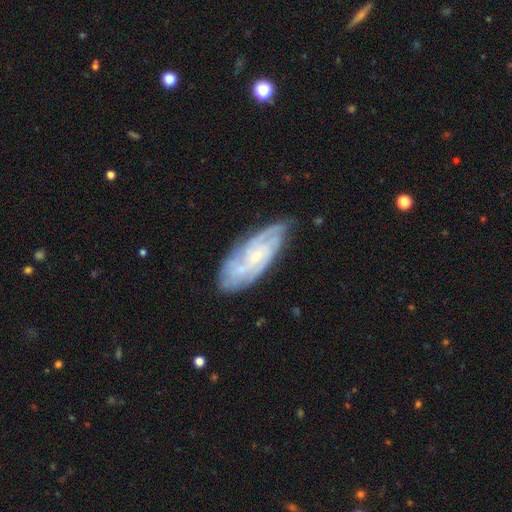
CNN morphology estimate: smooth_or_featured: featured or disk (p=0.79) [alt: smooth p=0.14]
disk_edge_on: no (p=0.91) [alt: yes p=0.09]
bar: no (p=0.65) [alt: weak p=0.29]
has_spiral_arms: yes (p=0.94) [alt: no p=0.06]
spiral_winding: tight (p=0.62) [alt: medium p=0.31]
spiral_arm_count: can't tell (p=0.34) [alt: 3 p=0.23]
bulge_size: small (p=0.72) [alt: moderate p=0.21]
merging: none (p=0.72) [alt: minor disturbance p=0.21]